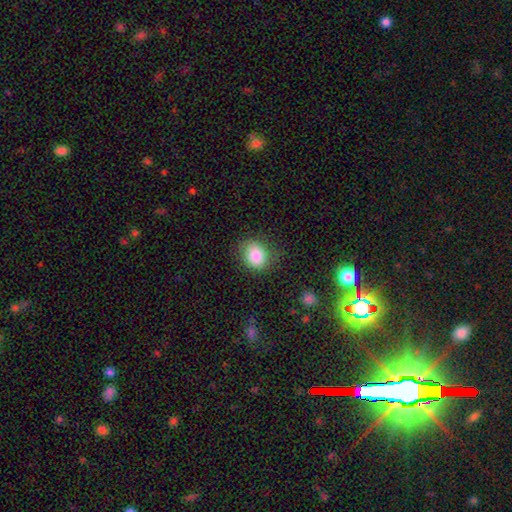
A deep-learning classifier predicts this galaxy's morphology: Q: Smooth or featured?
A: smooth (86%); runner-up: star or artifact (9%)
Q: How rounded?
A: in between (51%); runner-up: round (48%)
Q: Merging?
A: none (75%); runner-up: minor disturbance (18%)